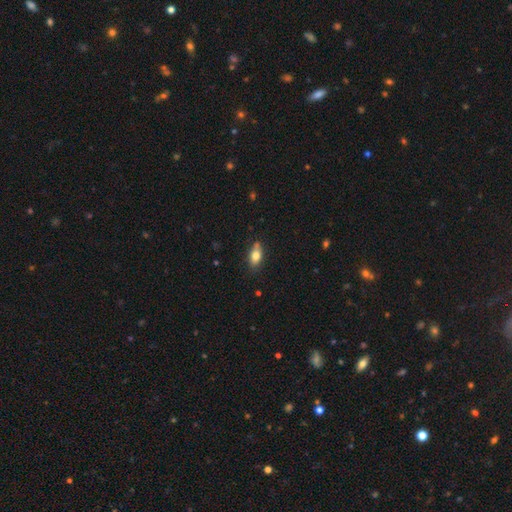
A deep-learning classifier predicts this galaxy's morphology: Q: Smooth or featured?
A: smooth (77%); runner-up: featured or disk (15%)
Q: How rounded?
A: in between (86%); runner-up: cigar-shaped (7%)
Q: Merging?
A: none (73%); runner-up: minor disturbance (19%)